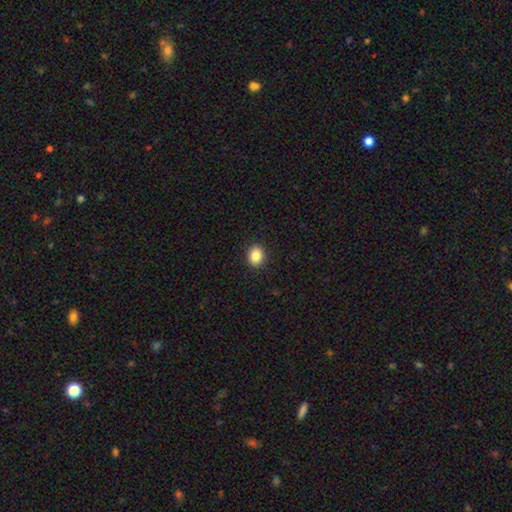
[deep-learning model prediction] Smooth or featured?
  - smooth: 86% *
  - star or artifact: 9%
  - featured or disk: 5%
How rounded?
  - round: 53% *
  - in between: 46%
  - cigar-shaped: 1%
Merging?
  - none: 92% *
  - minor disturbance: 6%
  - major disturbance: 2%
  - merger: 1%